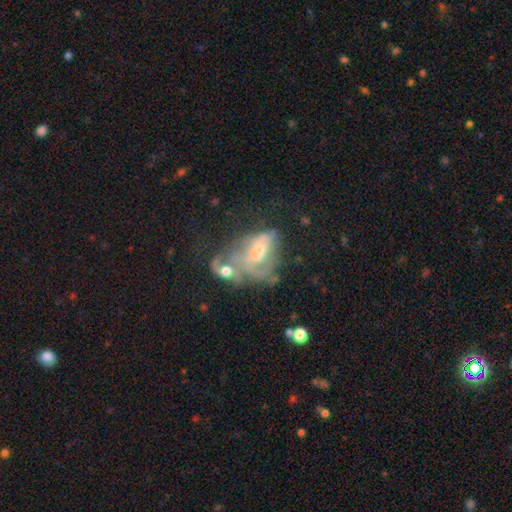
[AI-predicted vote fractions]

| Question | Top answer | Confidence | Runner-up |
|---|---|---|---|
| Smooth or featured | featured or disk | 58% | smooth (30%) |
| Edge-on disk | no | 96% | yes (4%) |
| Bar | no | 72% | weak (22%) |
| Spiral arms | no | 59% | yes (41%) |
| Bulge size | moderate | 48% | small (34%) |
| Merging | merger | 66% | major disturbance (17%) |